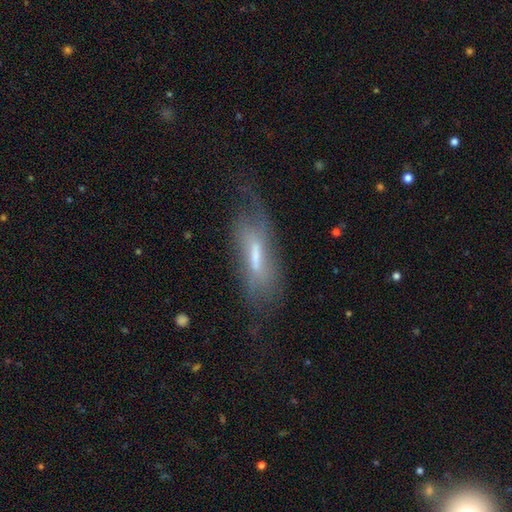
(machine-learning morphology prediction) featured or disk 53%, smooth 38%, star or artifact 9%. Down the decision tree: edge-on disk — no (64%); merging — none (48%).